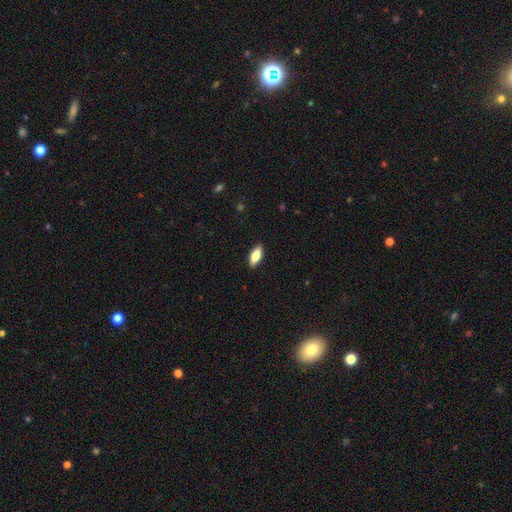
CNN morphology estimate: A smooth galaxy with no disk features (76%) that is in between round and cigar-shaped (74%).

Vote fractions:
- Smooth or featured? smooth: 76% / featured or disk: 18% / star or artifact: 6%
- How rounded? in between: 74% / cigar-shaped: 24% / round: 2%
- Merging? none: 89% / minor disturbance: 8% / major disturbance: 2% / merger: 1%